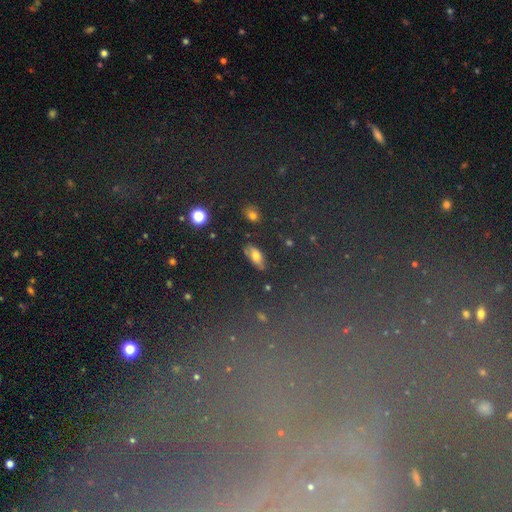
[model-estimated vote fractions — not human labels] This appears to be a smooth galaxy with no disk features (69%) that is in between round and cigar-shaped (82%). Merging: none (84%).